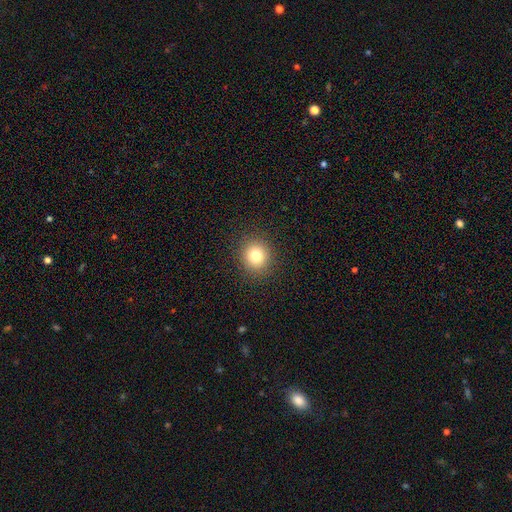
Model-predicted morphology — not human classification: Smooth or featured: smooth — 79% (star or artifact — 13%)
How rounded: round — 89% (in between — 10%)
Merging: none — 91% (minor disturbance — 6%)